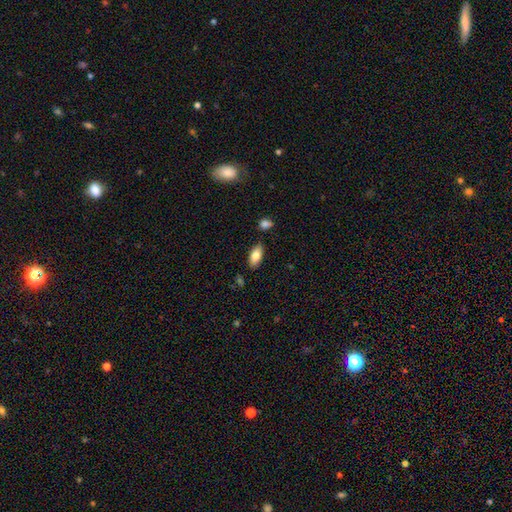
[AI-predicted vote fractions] A smooth galaxy with no disk features (81%) that is in between round and cigar-shaped (91%).

Vote fractions:
- Smooth or featured? smooth: 81% / featured or disk: 12% / star or artifact: 7%
- How rounded? in between: 91% / cigar-shaped: 7% / round: 3%
- Merging? none: 82% / minor disturbance: 12% / merger: 3% / major disturbance: 2%